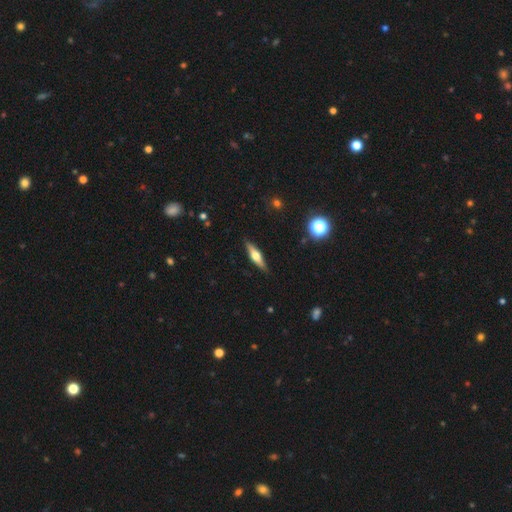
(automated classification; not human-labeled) Overall: featured or disk (53%; smooth 40%). Edge-on disk: yes (93%). Merging: none (89%).